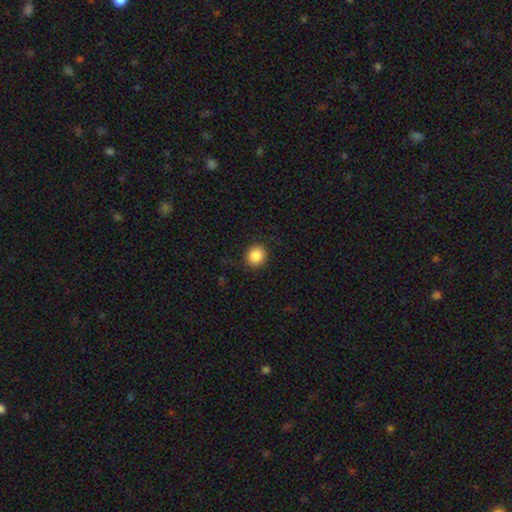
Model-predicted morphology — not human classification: The model was most divided on "how rounded": round: 83%, in between: 16%, cigar-shaped: 1%. More confident: merging — none (89%); smooth or featured — smooth (86%).